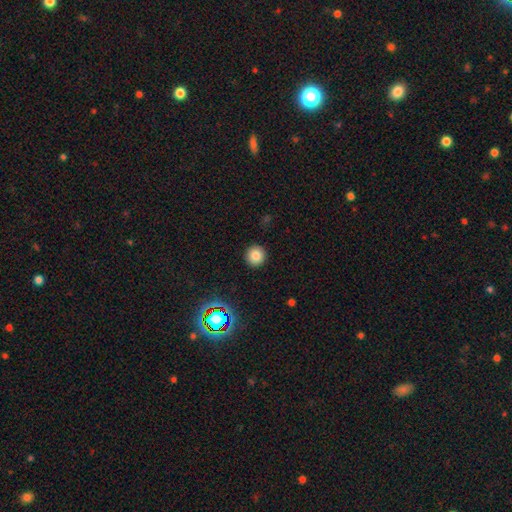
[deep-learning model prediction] This appears to be a smooth galaxy with no disk features (81%) that is round (94%). Merging: none (92%).